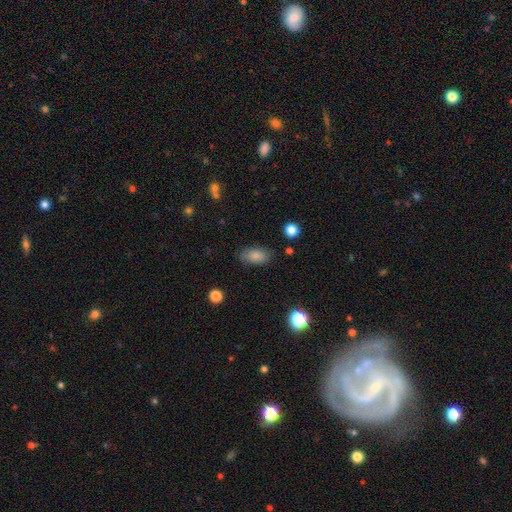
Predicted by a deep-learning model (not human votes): The model was most divided on "merging": none: 79%, minor disturbance: 16%, major disturbance: 4%, merger: 2%. More confident: how rounded — in between (90%); smooth or featured — smooth (83%).